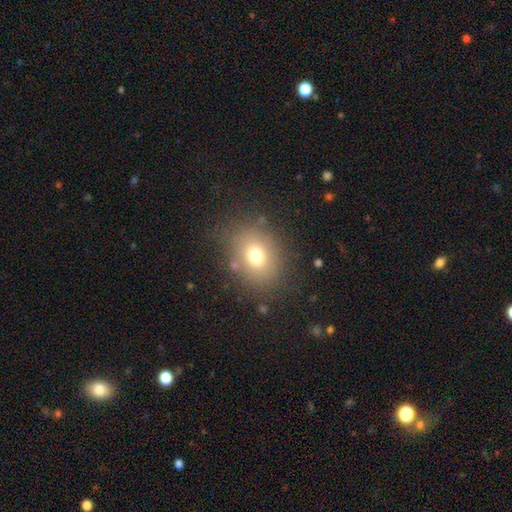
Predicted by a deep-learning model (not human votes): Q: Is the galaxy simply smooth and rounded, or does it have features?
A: smooth — 72%.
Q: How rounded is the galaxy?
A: in between — 57%.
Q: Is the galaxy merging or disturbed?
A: none — 79%.